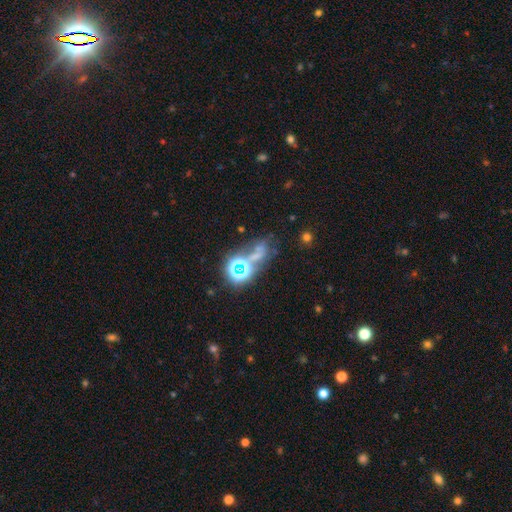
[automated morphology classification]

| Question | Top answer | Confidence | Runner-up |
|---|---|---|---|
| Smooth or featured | star or artifact | 51% | smooth (31%) |